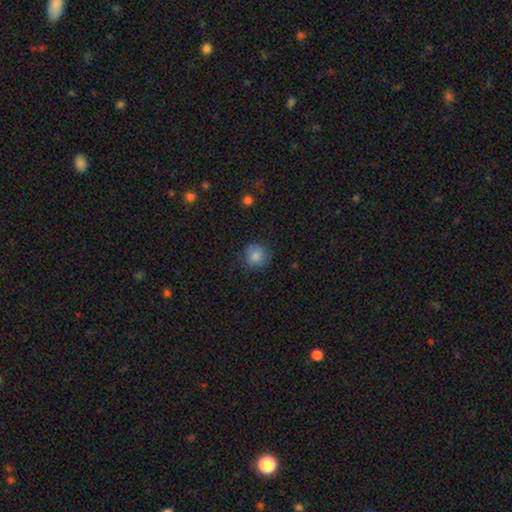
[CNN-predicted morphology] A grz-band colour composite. It shows a smooth galaxy with no disk features (85%) that is round (91%). Merging: none (84%).